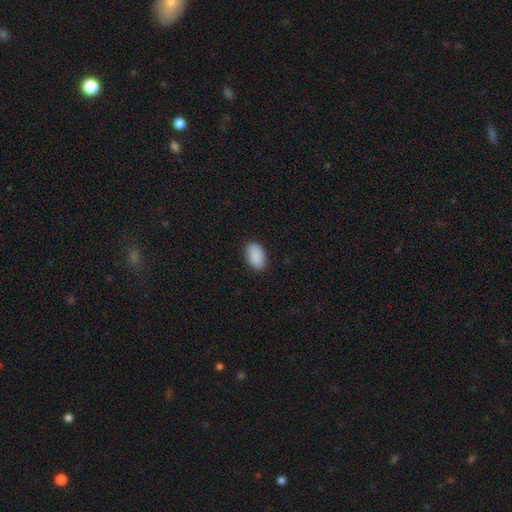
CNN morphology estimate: A smooth galaxy with no disk features (90%) that is in between round and cigar-shaped (93%). Merging: none (86%).